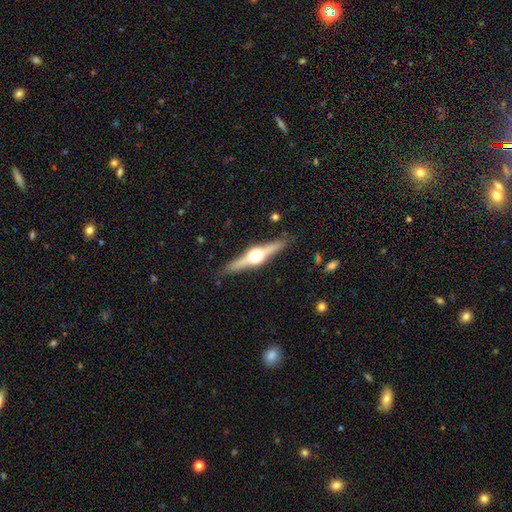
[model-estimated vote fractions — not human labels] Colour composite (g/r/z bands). It shows a featured or disk galaxy (81%) viewed edge-on (98%) with a rounded central bulge (96%). Merging: none (89%).